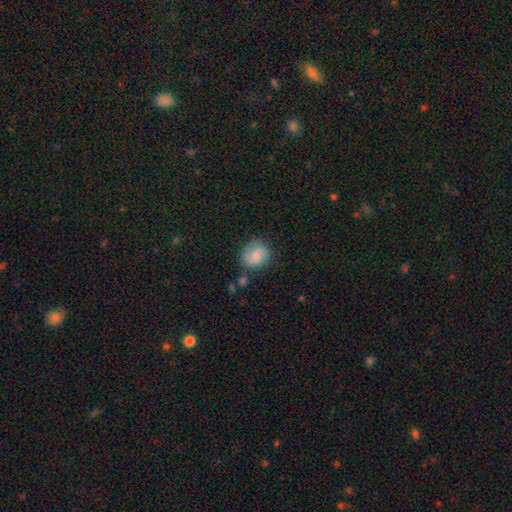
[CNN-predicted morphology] smooth_or_featured: smooth (p=0.77) [alt: featured or disk p=0.15]
how_rounded: round (p=0.73) [alt: in between p=0.26]
merging: none (p=0.70) [alt: minor disturbance p=0.21]